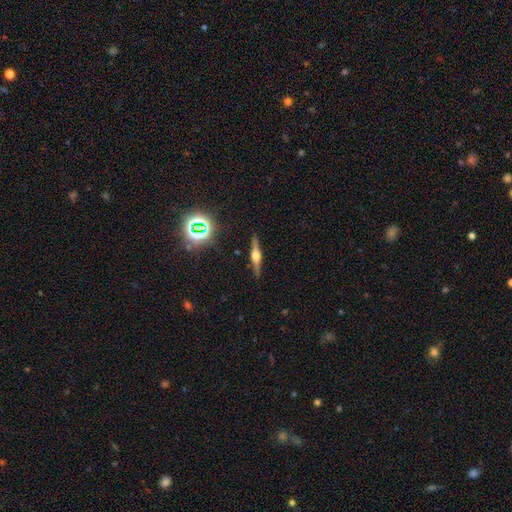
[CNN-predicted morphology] Smooth or featured? Predicted: featured or disk (p=0.74). Edge-on disk? Predicted: yes (p=0.97). Edge-on bulge? Predicted: rounded (p=0.90). Merging? Predicted: none (p=0.89).